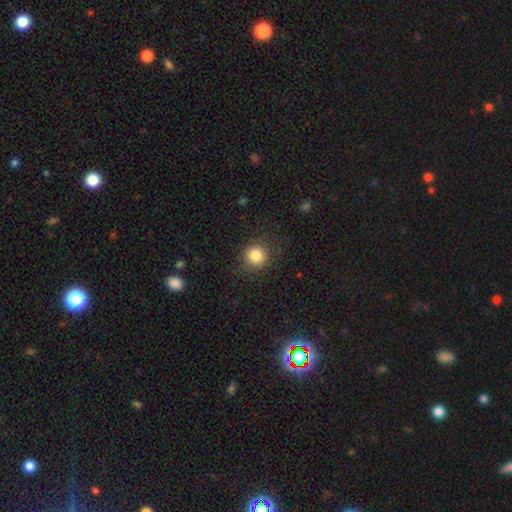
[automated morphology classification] Smooth or featured: smooth — 84% (star or artifact — 11%)
How rounded: round — 91% (in between — 8%)
Merging: none — 85% (minor disturbance — 10%)